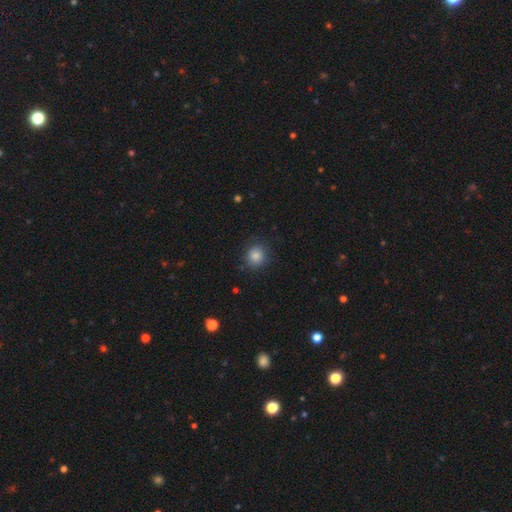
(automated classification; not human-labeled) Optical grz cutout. It shows a smooth galaxy with no disk features (84%) that is round (86%). Merging: none (83%).